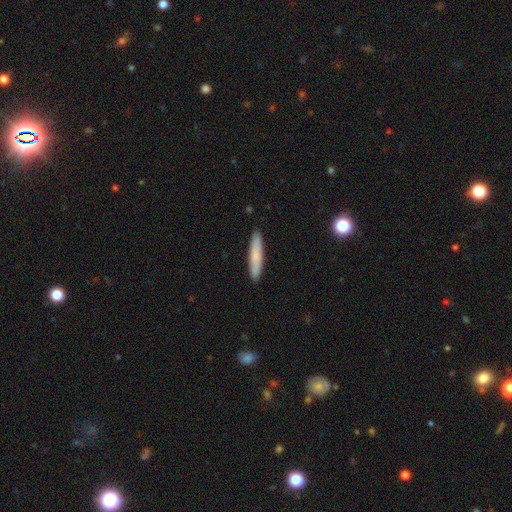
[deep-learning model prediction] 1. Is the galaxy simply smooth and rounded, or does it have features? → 76% smooth, 18% featured or disk, 6% star or artifact.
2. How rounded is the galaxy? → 91% cigar-shaped, 8% in between, 1% round.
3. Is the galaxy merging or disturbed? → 90% none, 8% minor disturbance, 1% major disturbance, 1% merger.